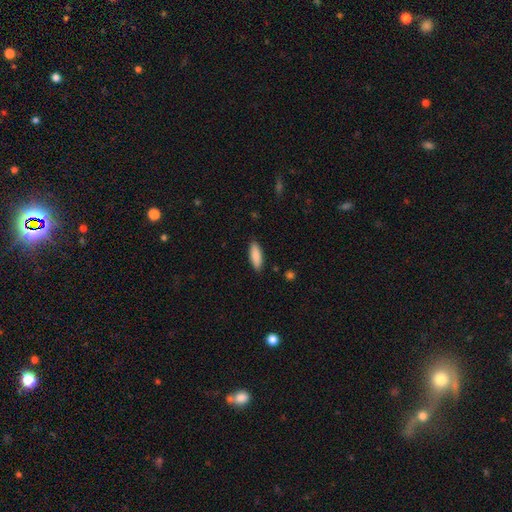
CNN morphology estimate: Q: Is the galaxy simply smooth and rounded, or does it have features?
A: smooth — 88%.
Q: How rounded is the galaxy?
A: in between — 59%.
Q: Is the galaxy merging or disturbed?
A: none — 89%.